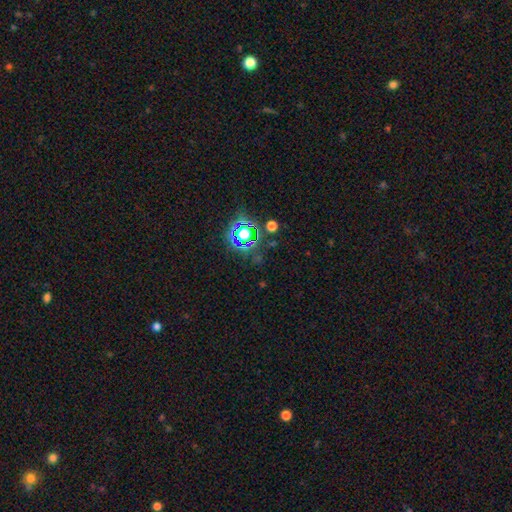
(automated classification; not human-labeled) Overall: star or artifact (76%).